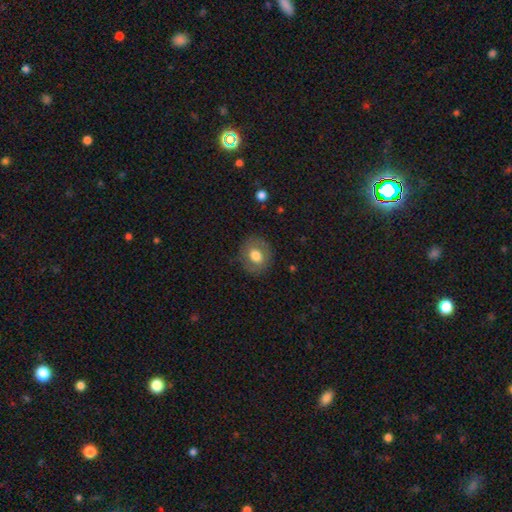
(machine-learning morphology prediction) smooth-or-featured: smooth: 71% | featured or disk: 21% | star or artifact: 8%
  how-rounded: round: 70% | in between: 29% | cigar-shaped: 1%
  merging: none: 83% | minor disturbance: 12% | major disturbance: 4% | merger: 1%